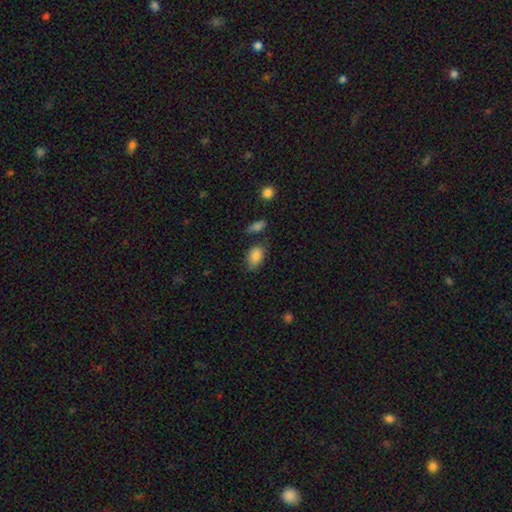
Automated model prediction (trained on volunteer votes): smooth-or-featured: smooth: 87% | star or artifact: 8% | featured or disk: 5%
  how-rounded: in between: 89% | round: 9% | cigar-shaped: 2%
  merging: none: 69% | minor disturbance: 20% | merger: 6% | major disturbance: 5%